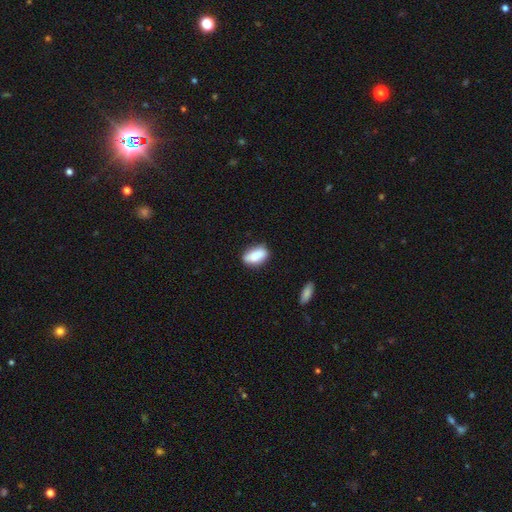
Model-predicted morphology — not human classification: Smooth or featured: smooth — 85% (featured or disk — 7%)
How rounded: in between — 89% (cigar-shaped — 6%)
Merging: none — 73% (minor disturbance — 20%)